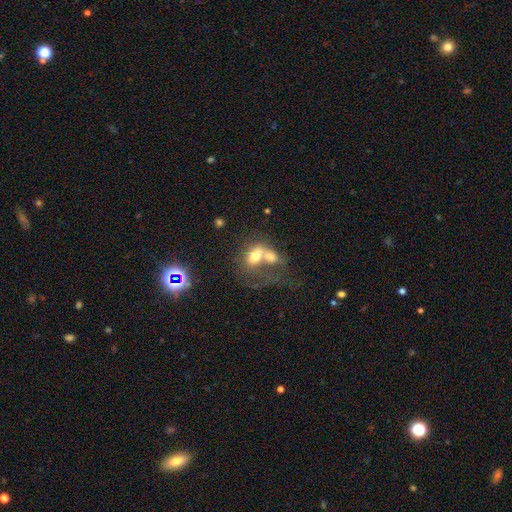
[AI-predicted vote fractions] This appears to be a smooth galaxy with no disk features (63%) that is in between round and cigar-shaped (74%). Merging: merger (69%).